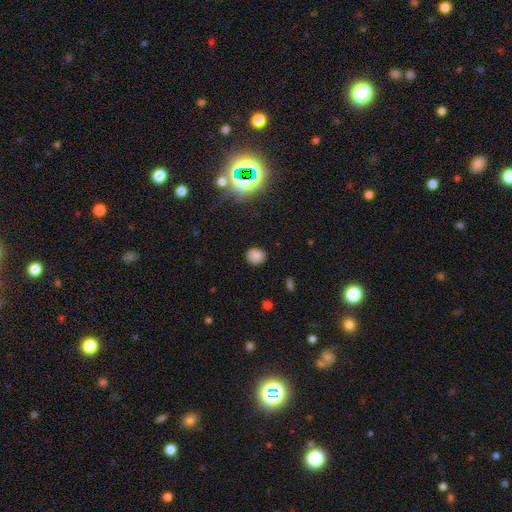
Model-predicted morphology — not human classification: Smooth or featured? Predicted: smooth (p=0.82). How rounded? Predicted: round (p=0.80). Merging? Predicted: none (p=0.87).